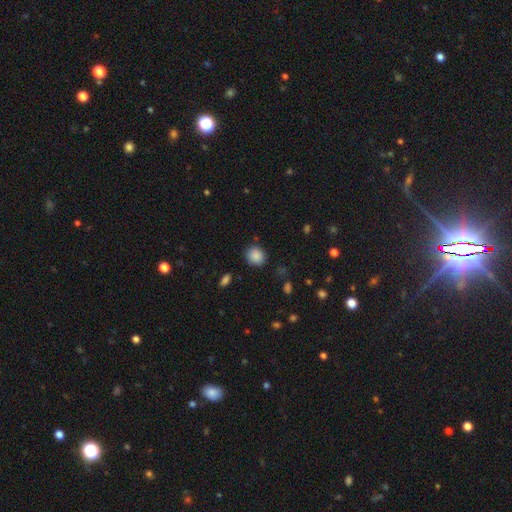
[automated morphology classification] Overall: smooth (88%). How rounded: round (76%). Merging: none (85%).